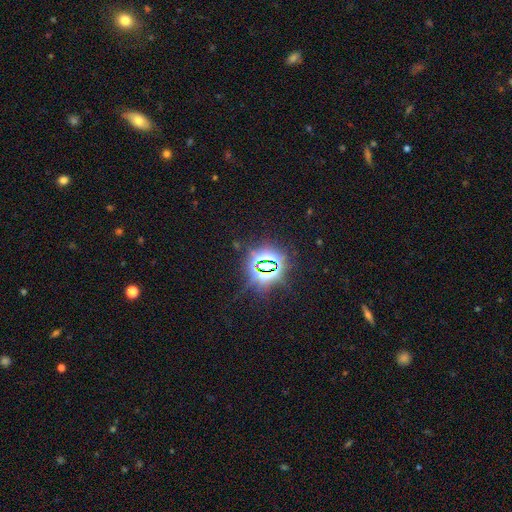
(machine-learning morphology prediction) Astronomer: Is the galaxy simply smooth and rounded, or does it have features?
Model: star or artifact — 82%.